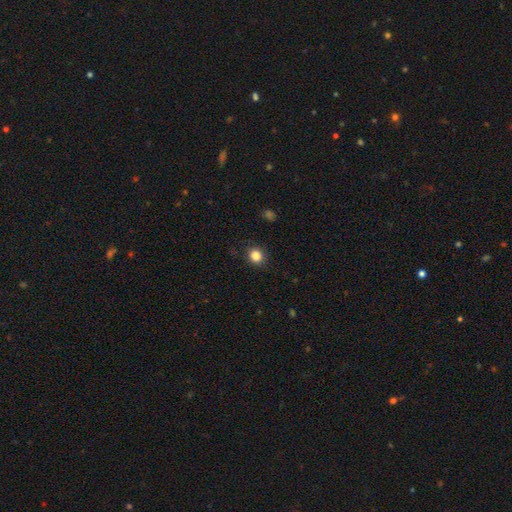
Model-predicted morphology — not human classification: Overall: smooth (85%). How rounded: round (75%). Merging: none (89%).